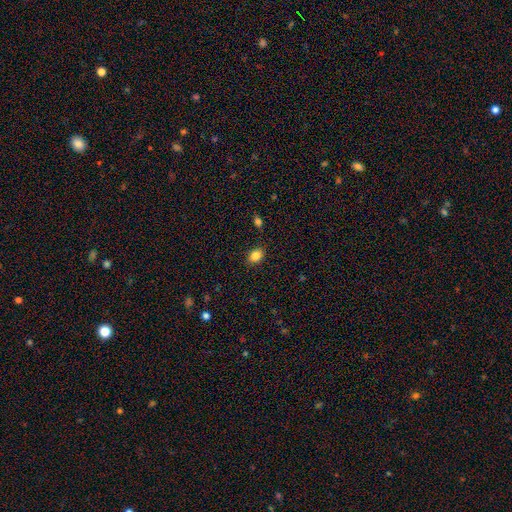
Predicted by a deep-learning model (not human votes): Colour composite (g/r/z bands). It shows a smooth galaxy with no disk features (84%) that is in between round and cigar-shaped (63%). Merging: none (86%).